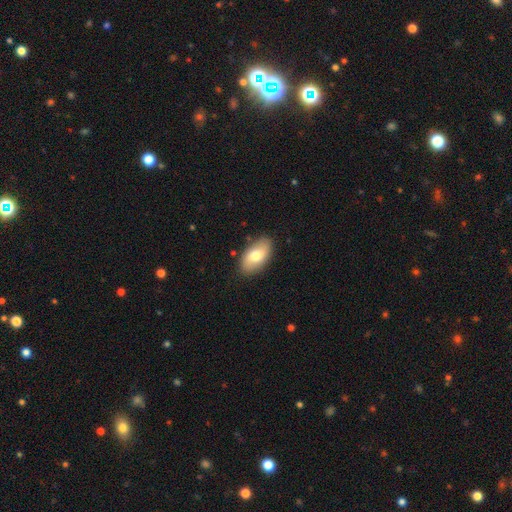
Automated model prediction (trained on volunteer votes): Smooth or featured?
  - smooth: 66% *
  - featured or disk: 27%
  - star or artifact: 6%
How rounded?
  - in between: 93% *
  - round: 4%
  - cigar-shaped: 3%
Merging?
  - none: 85% *
  - minor disturbance: 11%
  - major disturbance: 2%
  - merger: 1%